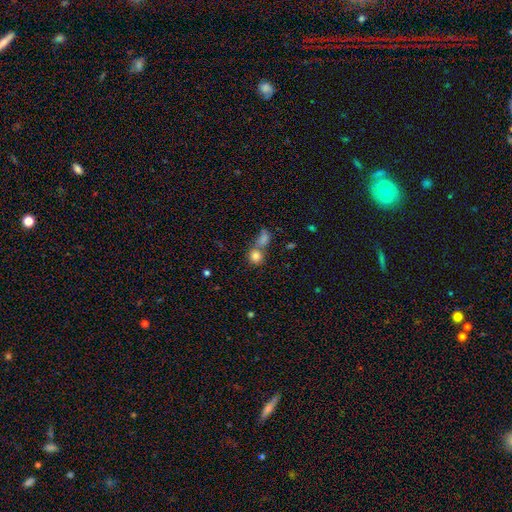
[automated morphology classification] smooth 81%, star or artifact 11%, featured or disk 8%. Down the decision tree: how rounded — round (79%); merging — none (46%).